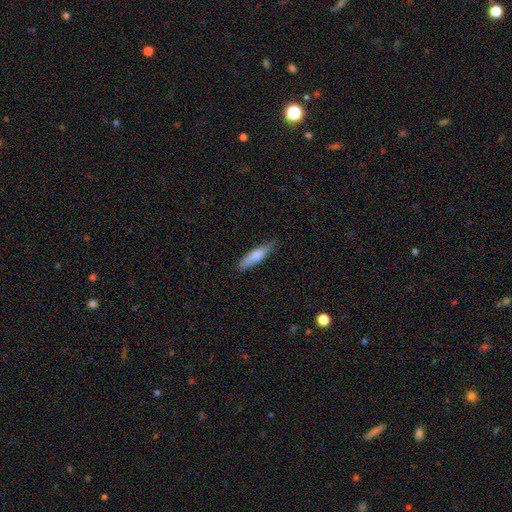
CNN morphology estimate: smooth-or-featured: smooth: 74% | featured or disk: 21% | star or artifact: 6%
  how-rounded: cigar-shaped: 69% | in between: 30% | round: 2%
  merging: none: 79% | minor disturbance: 17% | major disturbance: 3% | merger: 1%